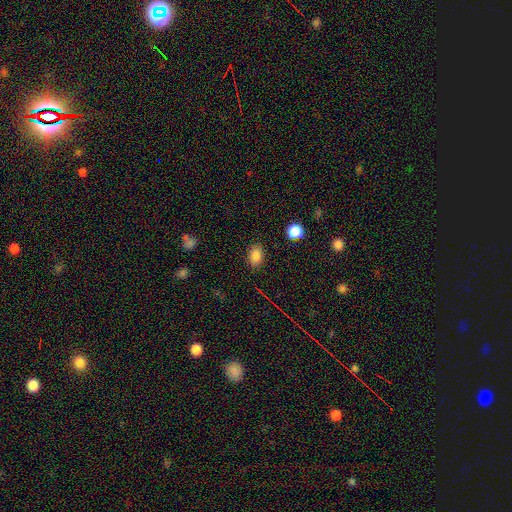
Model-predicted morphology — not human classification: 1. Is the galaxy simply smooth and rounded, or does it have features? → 83% smooth, 11% star or artifact, 6% featured or disk.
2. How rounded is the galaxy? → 82% in between, 16% round, 2% cigar-shaped.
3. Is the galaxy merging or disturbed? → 85% none, 11% minor disturbance, 3% major disturbance, 1% merger.